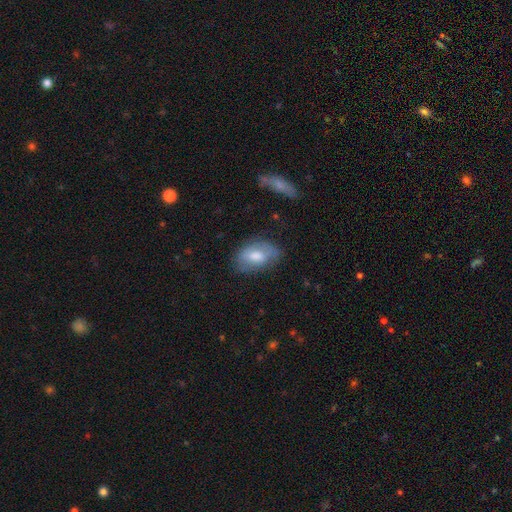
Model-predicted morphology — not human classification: smooth 66%, featured or disk 27%, star or artifact 7%. Down the decision tree: how rounded — in between (90%); merging — none (66%).